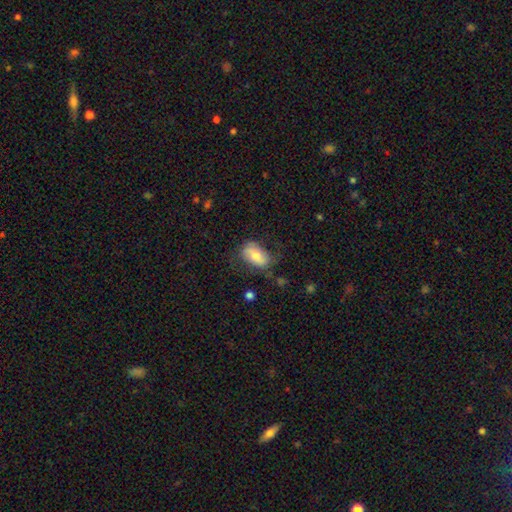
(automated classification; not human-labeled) This appears to be a smooth galaxy with no disk features (65%) that is in between round and cigar-shaped (90%). Merging: none (61%).